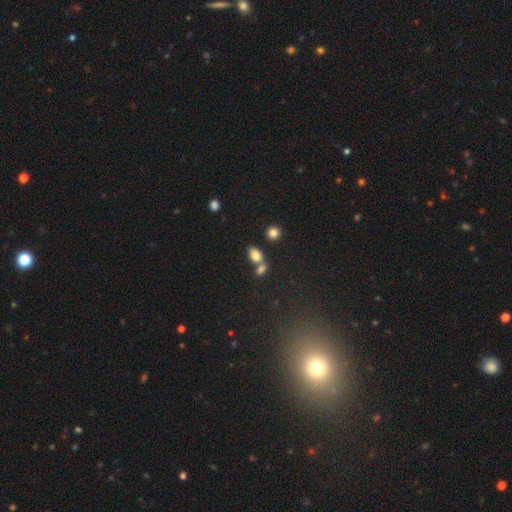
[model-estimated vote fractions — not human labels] The model was most divided on "merging": merger: 45%, none: 42%, minor disturbance: 10%, major disturbance: 4%. More confident: how rounded — in between (83%); smooth or featured — smooth (80%).